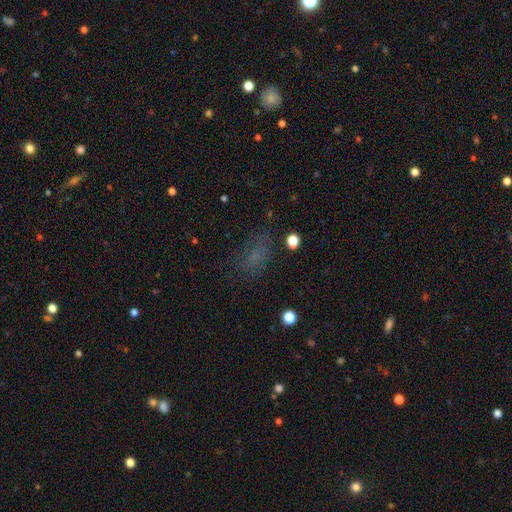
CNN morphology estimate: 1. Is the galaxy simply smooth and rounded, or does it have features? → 58% smooth, 27% star or artifact, 16% featured or disk.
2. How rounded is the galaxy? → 81% in between, 14% round, 5% cigar-shaped.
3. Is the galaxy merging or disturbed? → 62% none, 20% minor disturbance, 15% major disturbance, 3% merger.